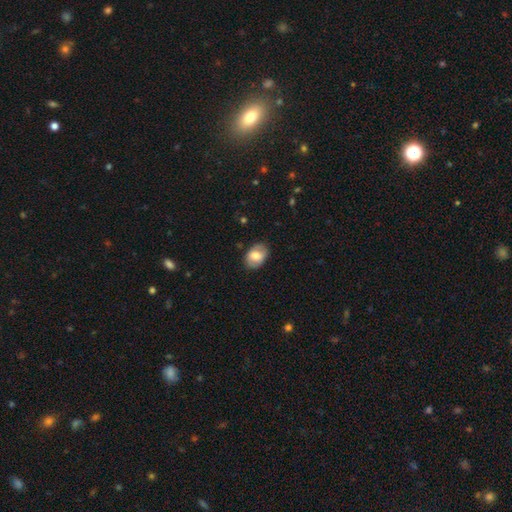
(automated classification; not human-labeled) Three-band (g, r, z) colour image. It shows a smooth galaxy with no disk features (69%) that is in between round and cigar-shaped (80%). Merging: none (83%).